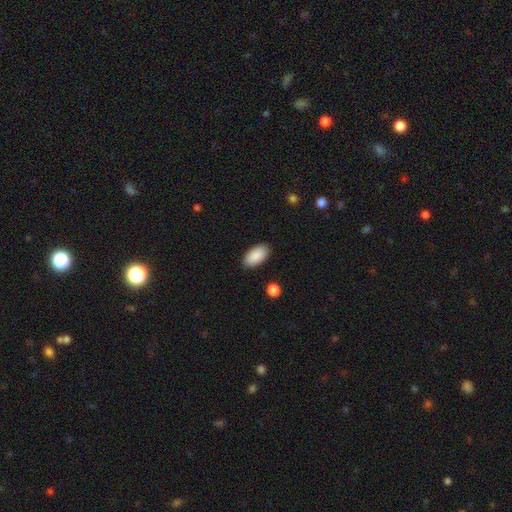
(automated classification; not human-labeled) A smooth galaxy with no disk features (90%) that is in between round and cigar-shaped (95%). Merging: none (89%).